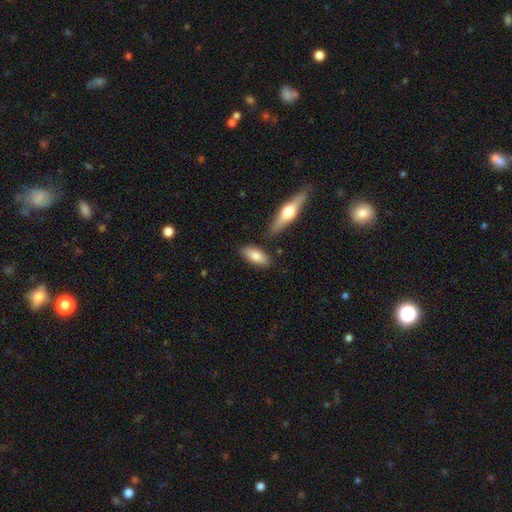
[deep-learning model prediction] A smooth galaxy with no disk features (78%) that is in between round and cigar-shaped (80%).

Vote fractions:
- Smooth or featured? smooth: 78% / featured or disk: 16% / star or artifact: 6%
- How rounded? in between: 80% / cigar-shaped: 17% / round: 3%
- Merging? none: 77% / minor disturbance: 13% / merger: 8% / major disturbance: 3%